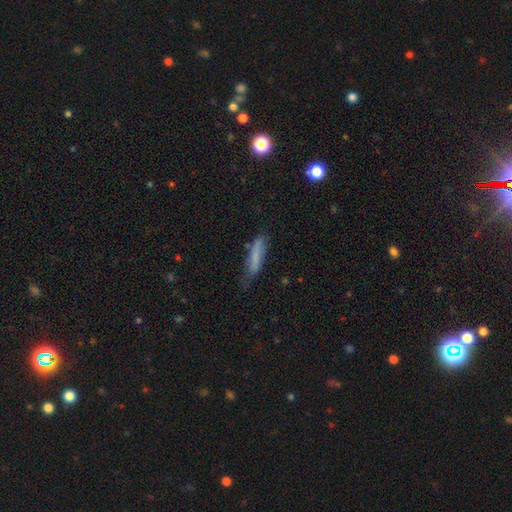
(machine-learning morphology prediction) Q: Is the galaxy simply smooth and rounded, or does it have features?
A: smooth — 72%.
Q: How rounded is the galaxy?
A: cigar-shaped — 80%.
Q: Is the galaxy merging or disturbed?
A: none — 59%.